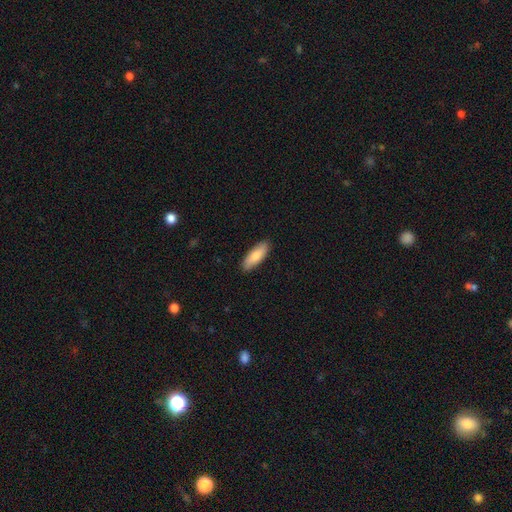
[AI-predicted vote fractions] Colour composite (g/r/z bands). It shows a smooth galaxy with no disk features (82%) that is in between round and cigar-shaped (63%). Merging: none (89%).